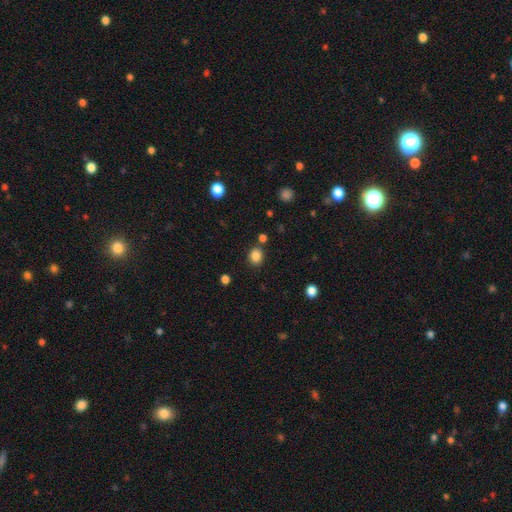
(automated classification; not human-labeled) This appears to be a smooth galaxy with no disk features (84%) that is round (69%). Merging: none (82%).